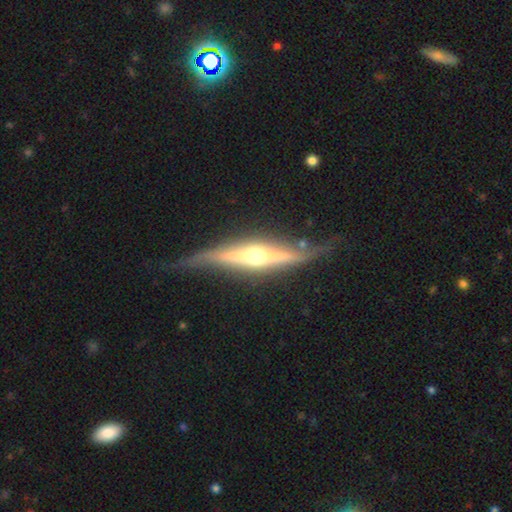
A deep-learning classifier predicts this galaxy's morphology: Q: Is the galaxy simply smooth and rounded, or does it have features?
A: featured or disk — 85%.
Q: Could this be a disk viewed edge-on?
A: yes — 96%.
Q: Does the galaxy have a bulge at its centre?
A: rounded — 93%.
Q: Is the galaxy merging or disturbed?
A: none — 78%.